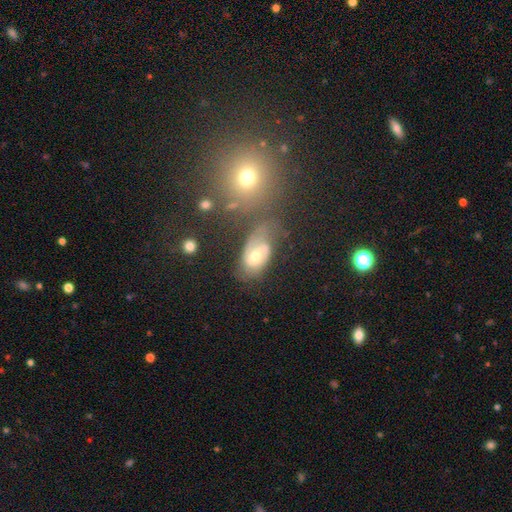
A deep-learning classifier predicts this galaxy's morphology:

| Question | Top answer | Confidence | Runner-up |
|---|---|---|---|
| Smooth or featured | featured or disk | 60% | smooth (25%) |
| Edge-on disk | no | 95% | yes (5%) |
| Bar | no | 54% | weak (37%) |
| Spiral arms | yes | 81% | no (19%) |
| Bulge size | moderate | 64% | small (26%) |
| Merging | none | 56% | minor disturbance (22%) |